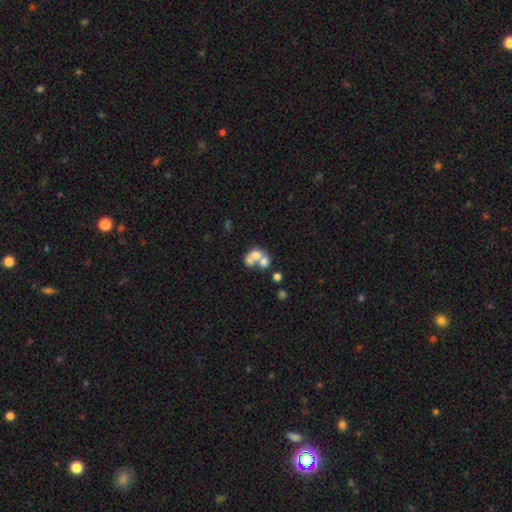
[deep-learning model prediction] The model was most divided on "how rounded": round: 56%, in between: 43%, cigar-shaped: 1%. More confident: merging — merger (66%); smooth or featured — smooth (56%).